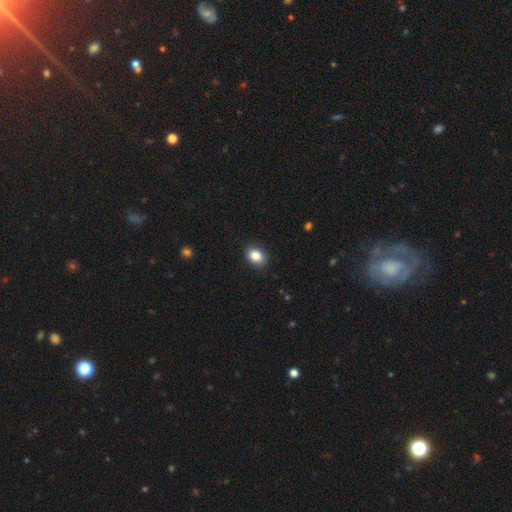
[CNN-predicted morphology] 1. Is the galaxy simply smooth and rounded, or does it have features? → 86% smooth, 9% star or artifact, 6% featured or disk.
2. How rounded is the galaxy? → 70% in between, 29% round, 1% cigar-shaped.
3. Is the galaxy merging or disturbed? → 86% none, 10% minor disturbance, 2% major disturbance, 1% merger.